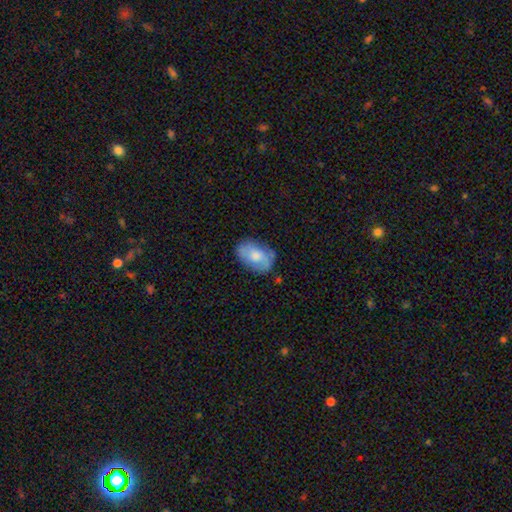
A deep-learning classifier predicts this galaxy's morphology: Smooth or featured? Predicted: smooth (p=0.60). How rounded? Predicted: in between (p=0.89). Merging? Predicted: none (p=0.67).